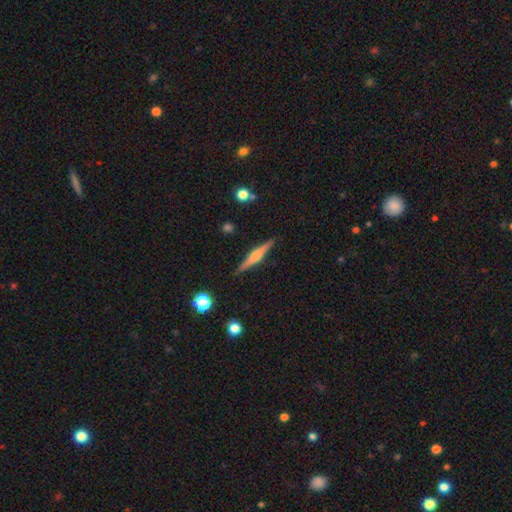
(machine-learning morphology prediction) Smooth or featured?
  - featured or disk: 64% *
  - smooth: 29%
  - star or artifact: 6%
Edge-on disk?
  - yes: 97% *
  - no: 3%
Edge-on bulge?
  - rounded: 73% *
  - boxy: 17%
  - none: 10%
Merging?
  - none: 89% *
  - minor disturbance: 8%
  - major disturbance: 2%
  - merger: 1%